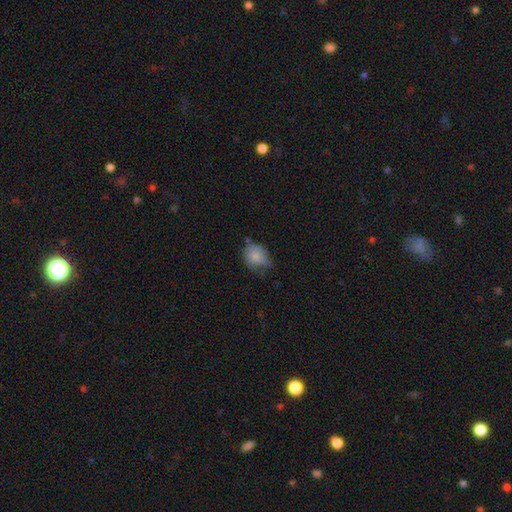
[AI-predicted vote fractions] Smooth or featured? Predicted: smooth (p=0.76). How rounded? Predicted: in between (p=0.53). Merging? Predicted: minor disturbance (p=0.42).